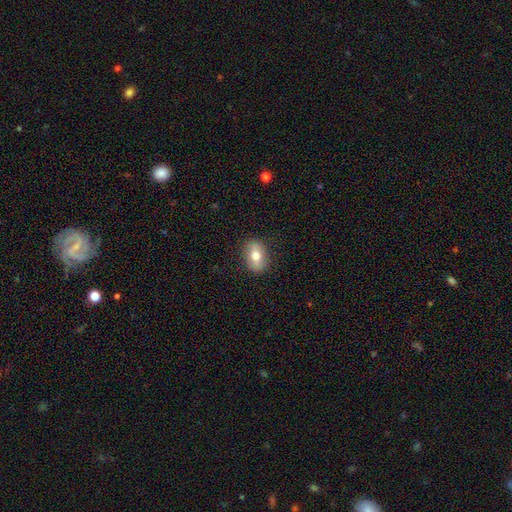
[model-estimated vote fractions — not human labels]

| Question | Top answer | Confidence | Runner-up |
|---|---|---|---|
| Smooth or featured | smooth | 65% | featured or disk (27%) |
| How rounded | in between | 79% | round (17%) |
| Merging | none | 86% | minor disturbance (10%) |